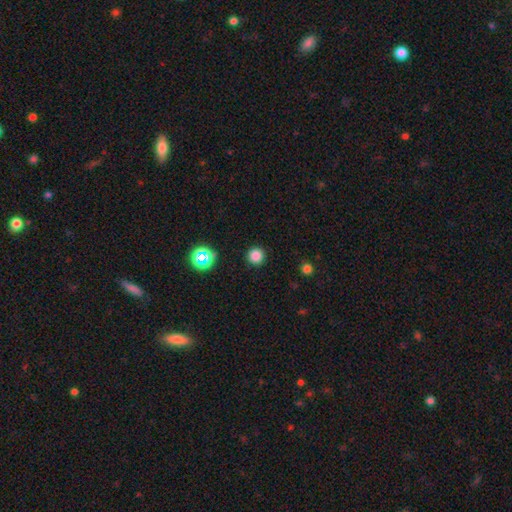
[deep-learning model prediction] Smooth or featured? Predicted: smooth (p=0.80). How rounded? Predicted: round (p=0.96). Merging? Predicted: none (p=0.91).